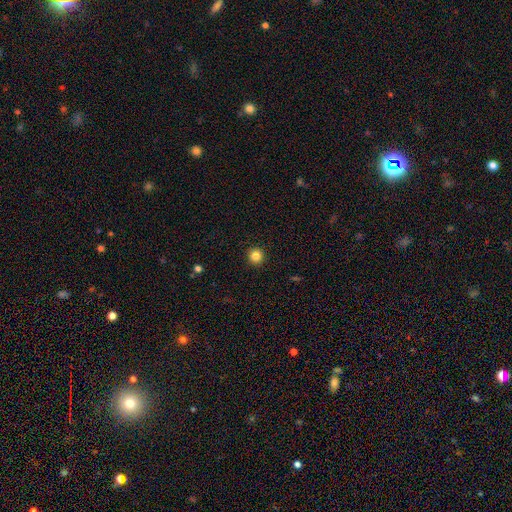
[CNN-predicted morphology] type=smooth (84%); roundness=round (95%); merging=none (93%).